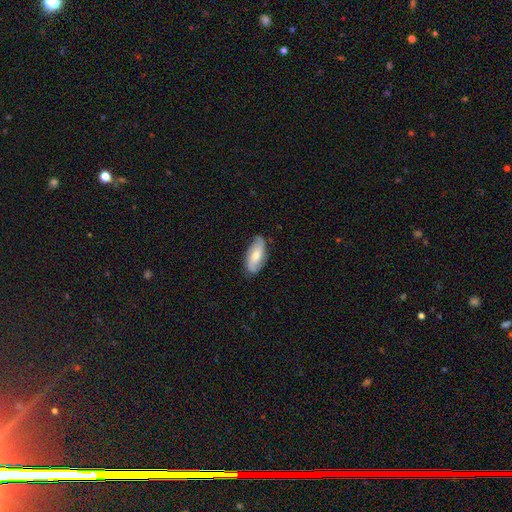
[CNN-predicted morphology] This appears to be a featured or disk galaxy (52%). Merging: none (79%).